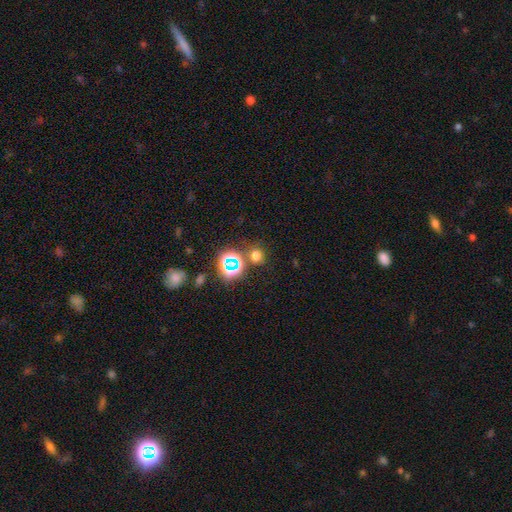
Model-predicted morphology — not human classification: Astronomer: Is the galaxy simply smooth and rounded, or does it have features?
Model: smooth — 62%.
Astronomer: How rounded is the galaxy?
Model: round — 78%.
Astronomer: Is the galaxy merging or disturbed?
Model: none — 75%.